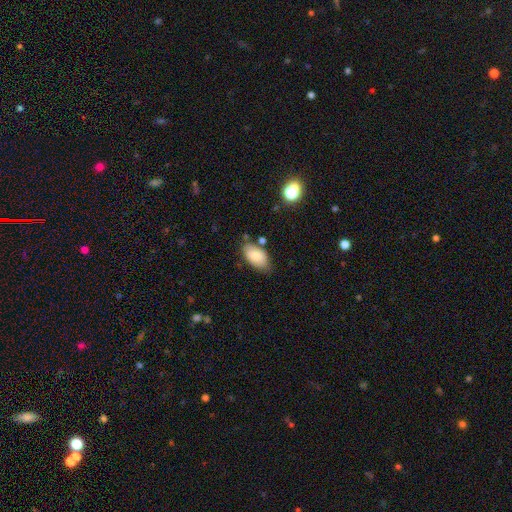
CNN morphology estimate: The model was most divided on "merging": none: 69%, minor disturbance: 22%, merger: 5%, major disturbance: 4%. More confident: how rounded — in between (94%); smooth or featured — smooth (80%).